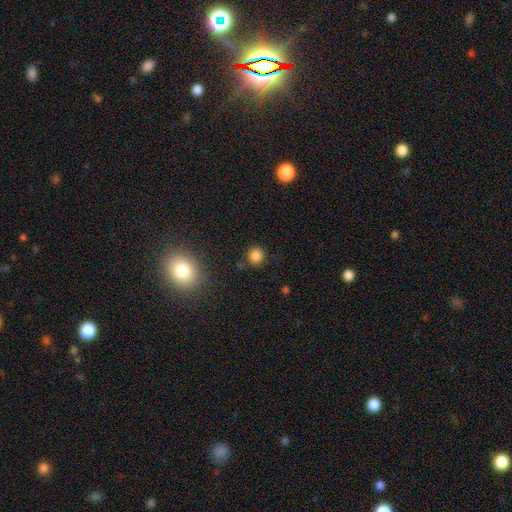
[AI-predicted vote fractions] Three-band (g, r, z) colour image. It shows a smooth galaxy with no disk features (82%) that is round (92%). Merging: none (83%).